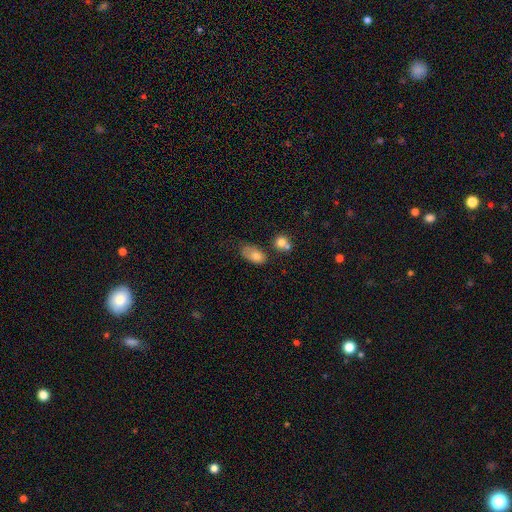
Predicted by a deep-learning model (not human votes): Smooth or featured: smooth — 77% (featured or disk — 14%)
How rounded: in between — 87% (round — 11%)
Merging: minor disturbance — 35% (none — 34%)